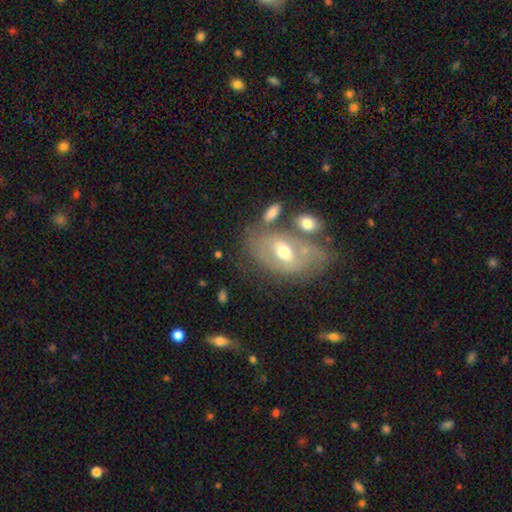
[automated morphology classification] This appears to be a featured or disk galaxy (66%) with no bar (42%), spiral arms (59%) and a moderate central bulge (69%). Merging: none (53%).